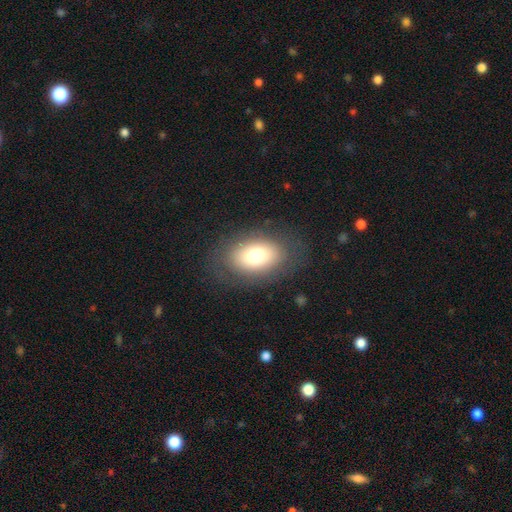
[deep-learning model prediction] The model was most divided on "smooth or featured": smooth: 73%, featured or disk: 17%, star or artifact: 9%. More confident: how rounded — in between (84%); merging — none (80%).